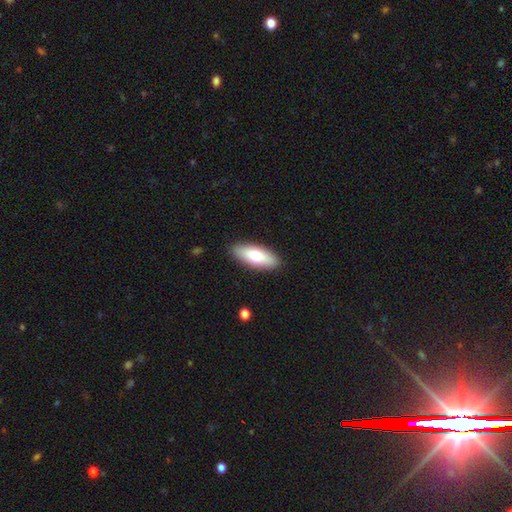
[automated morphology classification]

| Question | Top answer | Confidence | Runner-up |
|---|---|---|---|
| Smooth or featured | smooth | 73% | featured or disk (21%) |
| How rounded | in between | 72% | cigar-shaped (26%) |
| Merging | none | 89% | minor disturbance (8%) |